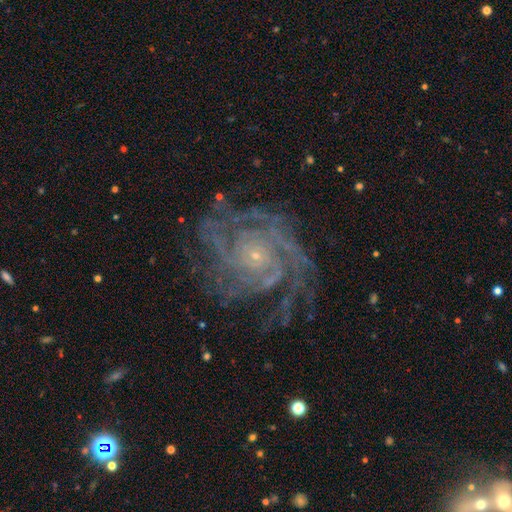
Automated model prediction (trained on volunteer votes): Smooth or featured?
  - featured or disk: 88% *
  - star or artifact: 8%
  - smooth: 4%
Edge-on disk?
  - no: 97% *
  - yes: 3%
Bar?
  - no: 77% *
  - weak: 17%
  - strong: 6%
Spiral arms?
  - yes: 98% *
  - no: 2%
Spiral winding?
  - tight: 65% *
  - medium: 29%
  - loose: 5%
Spiral arm count?
  - 4: 25% *
  - can't tell: 20%
  - 3: 18%
  - more than 4: 16%
  - 2: 12%
  - 1: 9%
Bulge size?
  - small: 84% *
  - moderate: 10%
  - none: 3%
  - large: 1%
  - dominant: 1%
Merging?
  - none: 72% *
  - minor disturbance: 17%
  - major disturbance: 9%
  - merger: 1%